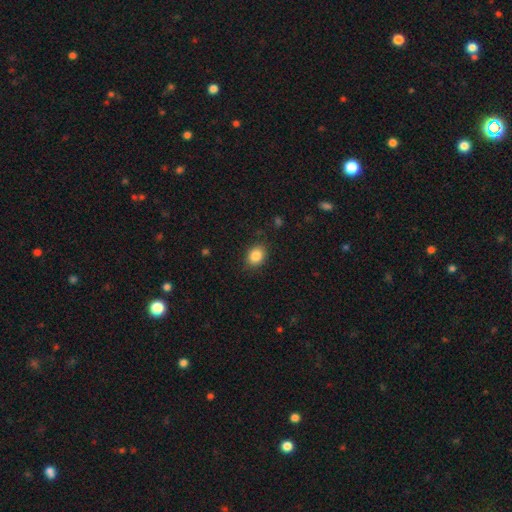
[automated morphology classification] This appears to be a smooth galaxy with no disk features (86%) that is in between round and cigar-shaped (57%). Merging: none (87%).